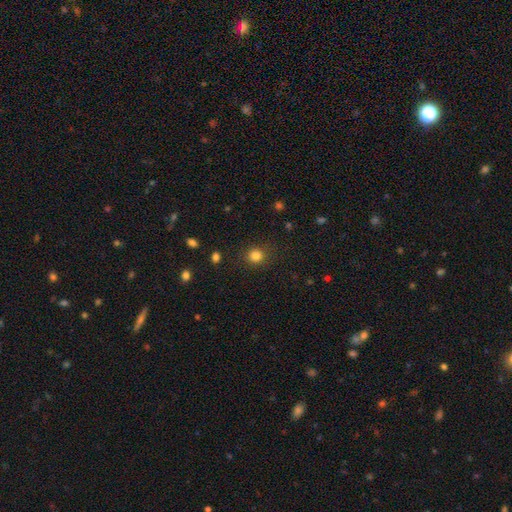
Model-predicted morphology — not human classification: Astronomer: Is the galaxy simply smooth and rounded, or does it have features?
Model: smooth — 83%.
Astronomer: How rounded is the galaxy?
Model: round — 89%.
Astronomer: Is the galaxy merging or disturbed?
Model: none — 88%.